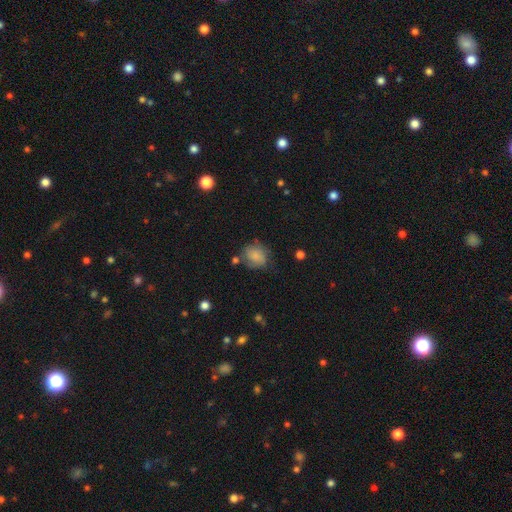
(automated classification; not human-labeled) Overall: smooth (74%). How rounded: round (64%; in between 35%). Merging: none (58%; minor disturbance 26%).